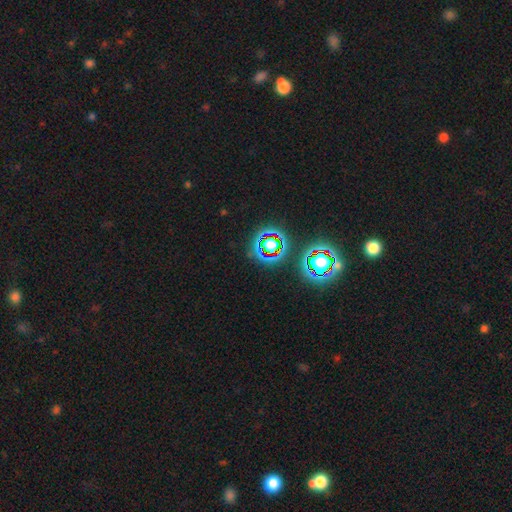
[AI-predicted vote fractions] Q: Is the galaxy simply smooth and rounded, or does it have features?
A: star or artifact — 76%.